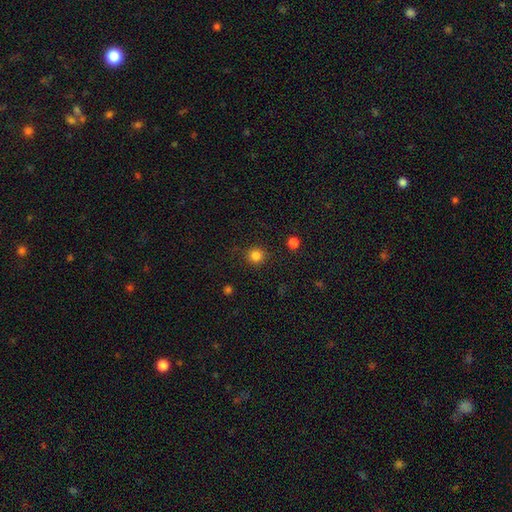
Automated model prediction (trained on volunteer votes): smooth_or_featured: smooth (p=0.83) [alt: star or artifact p=0.13]
how_rounded: round (p=0.93) [alt: in between p=0.06]
merging: none (p=0.87) [alt: minor disturbance p=0.08]